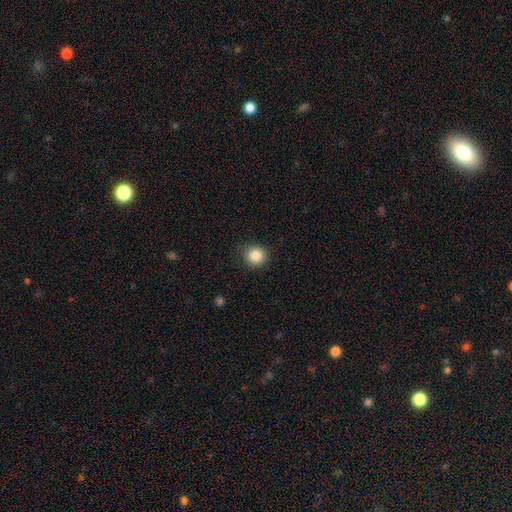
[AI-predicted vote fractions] Smooth or featured?
  - smooth: 86% *
  - star or artifact: 10%
  - featured or disk: 4%
How rounded?
  - round: 91% *
  - in between: 9%
  - cigar-shaped: 1%
Merging?
  - none: 88% *
  - minor disturbance: 8%
  - major disturbance: 2%
  - merger: 1%